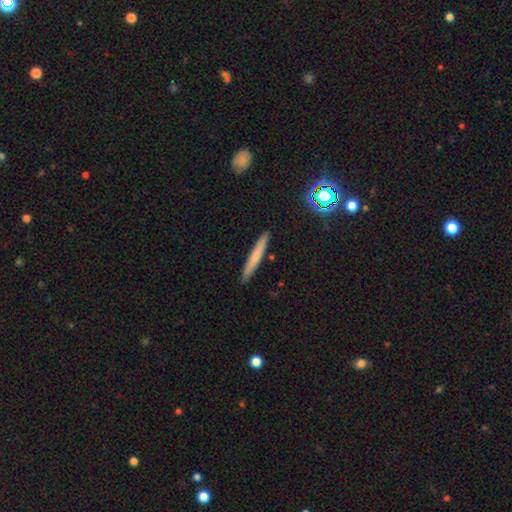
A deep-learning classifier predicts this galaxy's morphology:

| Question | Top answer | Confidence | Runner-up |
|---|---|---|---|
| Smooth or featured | smooth | 63% | featured or disk (29%) |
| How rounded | cigar-shaped | 96% | in between (3%) |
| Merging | none | 91% | minor disturbance (7%) |